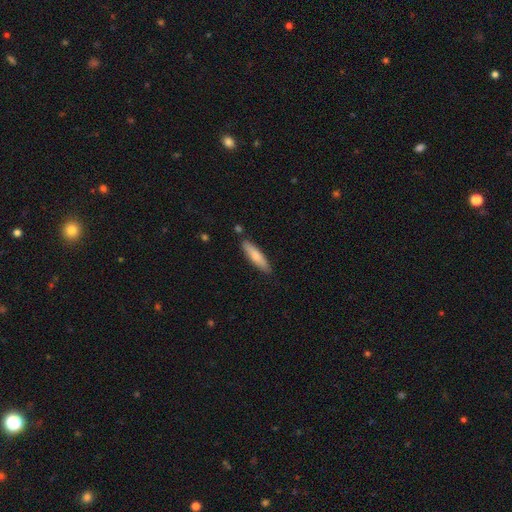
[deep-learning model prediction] The model was most divided on "smooth or featured": smooth: 73%, featured or disk: 21%, star or artifact: 6%. More confident: merging — none (83%); how rounded — cigar-shaped (78%).